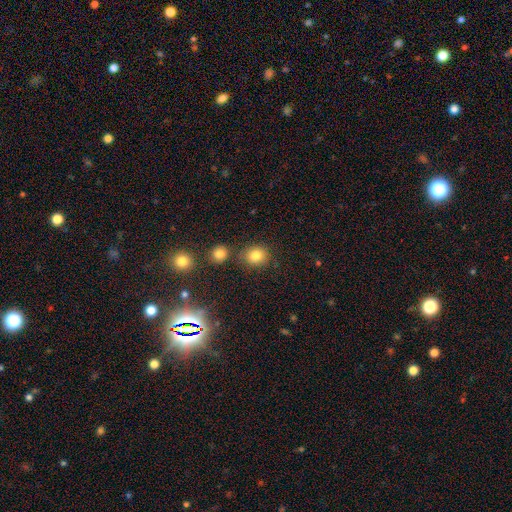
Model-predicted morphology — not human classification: smooth 80%, star or artifact 13%, featured or disk 7%. Down the decision tree: how rounded — round (74%); merging — none (79%).